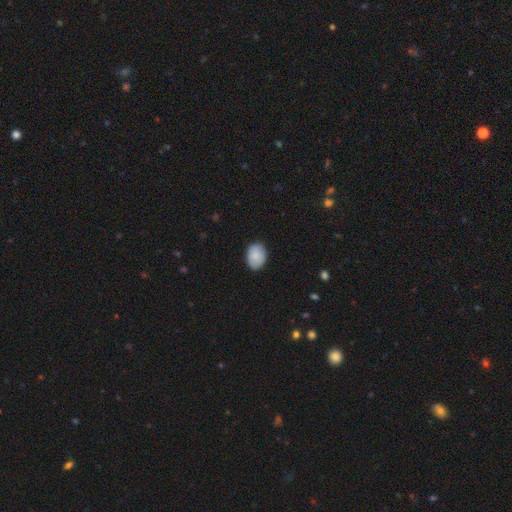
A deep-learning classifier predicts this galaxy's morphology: A smooth galaxy with no disk features (87%) that is in between round and cigar-shaped (73%).

Vote fractions:
- Smooth or featured? smooth: 87% / featured or disk: 7% / star or artifact: 6%
- How rounded? in between: 73% / round: 26% / cigar-shaped: 1%
- Merging? none: 86% / minor disturbance: 11% / major disturbance: 2% / merger: 1%